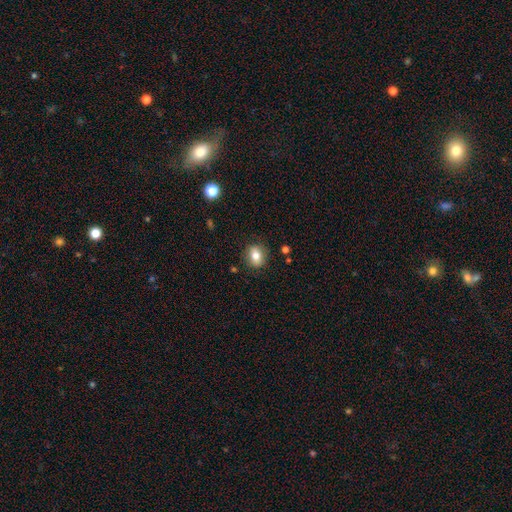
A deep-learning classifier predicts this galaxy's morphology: smooth_or_featured: smooth (p=0.74) [alt: featured or disk p=0.16]
how_rounded: round (p=0.50) [alt: in between p=0.48]
merging: none (p=0.86) [alt: minor disturbance p=0.10]